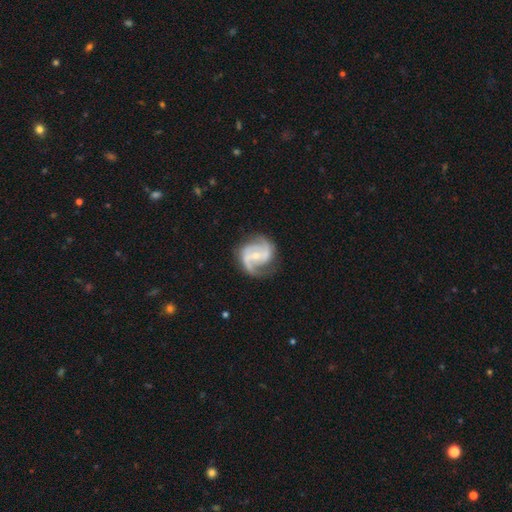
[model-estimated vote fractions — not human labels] This appears to be a featured or disk galaxy (88%) with a weak bar (44%), 2 (76%) medium (53%) spiral arms (97%) and a small central bulge (59%). Merging: none (69%).